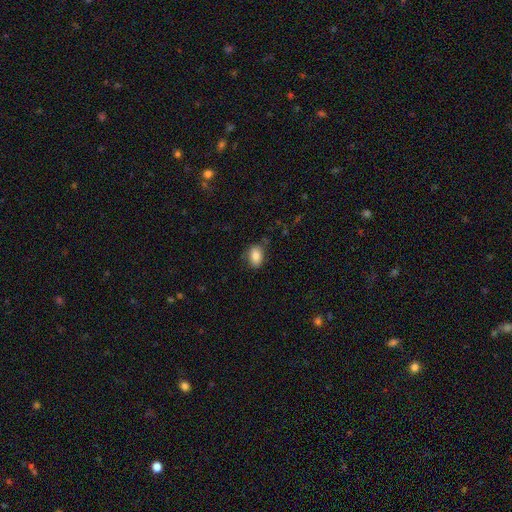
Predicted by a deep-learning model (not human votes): The model was most divided on "how rounded": in between: 80%, round: 19%, cigar-shaped: 1%. More confident: smooth or featured — smooth (83%); merging — none (80%).